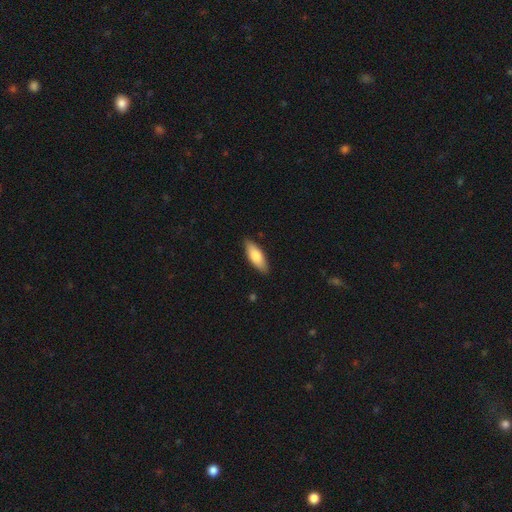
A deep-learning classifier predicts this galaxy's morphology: type=smooth (78%); roundness=in between (68%); merging=none (87%).